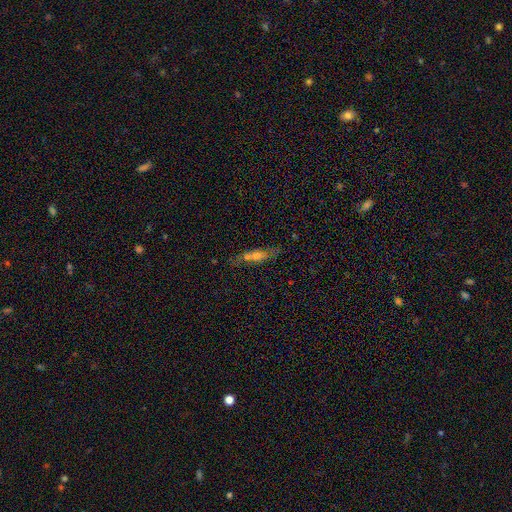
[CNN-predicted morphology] Smooth or featured?
  - featured or disk: 43% *
  - smooth: 41%
  - star or artifact: 16%
Merging?
  - none: 65% *
  - minor disturbance: 17%
  - merger: 10%
  - major disturbance: 7%